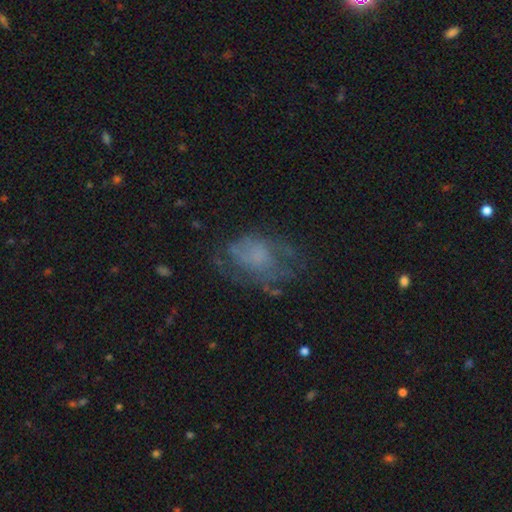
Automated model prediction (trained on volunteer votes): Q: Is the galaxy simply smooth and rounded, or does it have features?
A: featured or disk — 48%.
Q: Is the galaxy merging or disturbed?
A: none — 47%.